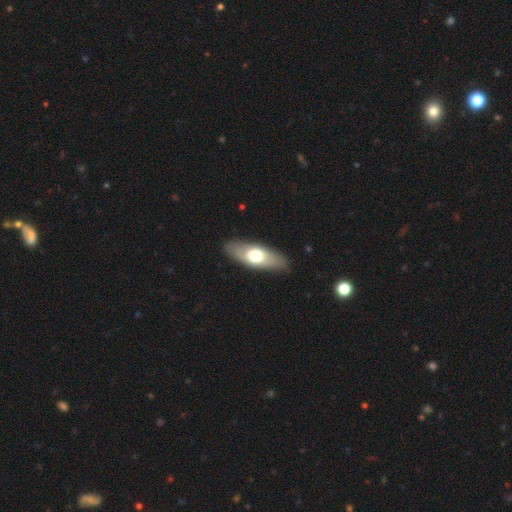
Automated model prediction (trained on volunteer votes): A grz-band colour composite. It shows a smooth galaxy with no disk features (59%) that is in between round and cigar-shaped (72%). Merging: none (87%).